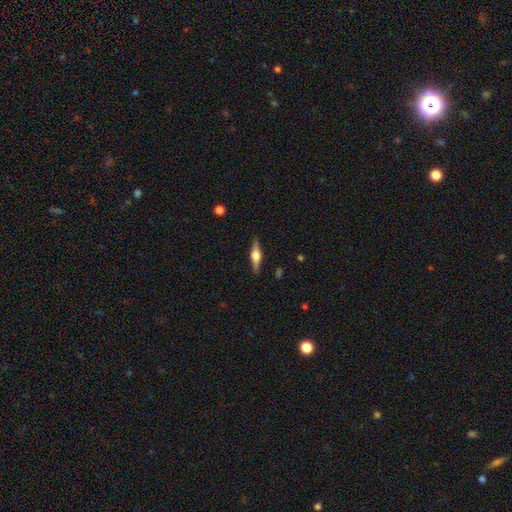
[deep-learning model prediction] Smooth or featured?
  - featured or disk: 69% *
  - smooth: 25%
  - star or artifact: 6%
Edge-on disk?
  - yes: 97% *
  - no: 3%
Edge-on bulge?
  - rounded: 89% *
  - boxy: 9%
  - none: 2%
Merging?
  - none: 89% *
  - minor disturbance: 8%
  - major disturbance: 2%
  - merger: 1%